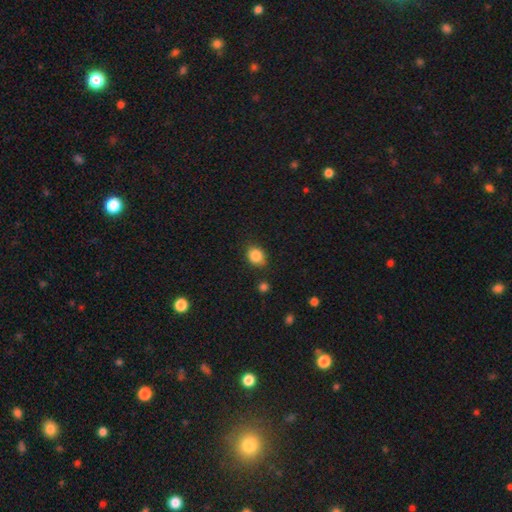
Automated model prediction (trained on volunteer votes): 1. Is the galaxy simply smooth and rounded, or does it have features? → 86% smooth, 10% star or artifact, 5% featured or disk.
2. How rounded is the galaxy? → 51% round, 48% in between, 1% cigar-shaped.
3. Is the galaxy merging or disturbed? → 77% none, 17% minor disturbance, 3% major disturbance, 3% merger.